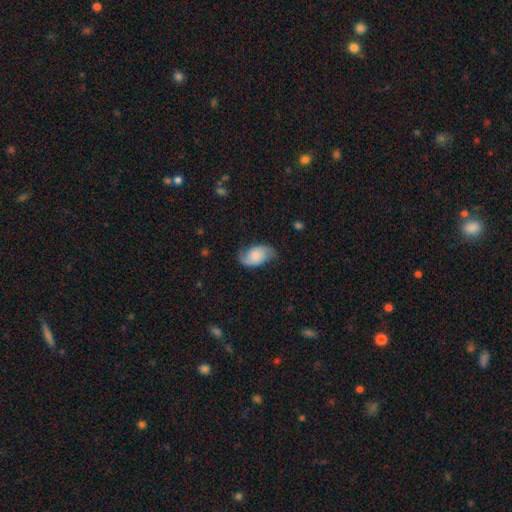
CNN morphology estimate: A featured or disk galaxy (53%) with no bar (75%), spiral arms (90%) and a small central bulge (43%).

Vote fractions:
- Smooth or featured? featured or disk: 53% / smooth: 39% / star or artifact: 7%
- Edge-on disk? no: 96% / yes: 4%
- Bar? no: 75% / weak: 21% / strong: 4%
- Spiral arms? yes: 90% / no: 10%
- Bulge size? small: 43% / moderate: 33% / none: 12% / large: 9% / dominant: 3%
- Merging? none: 66% / minor disturbance: 24% / major disturbance: 9% / merger: 1%